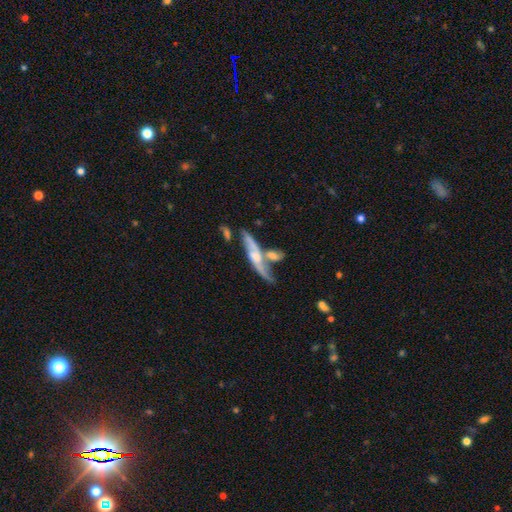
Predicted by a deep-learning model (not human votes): Smooth or featured: featured or disk — 66% (smooth — 27%)
Edge-on disk: yes — 58% (no — 42%)
Merging: merger — 39% (none — 36%)